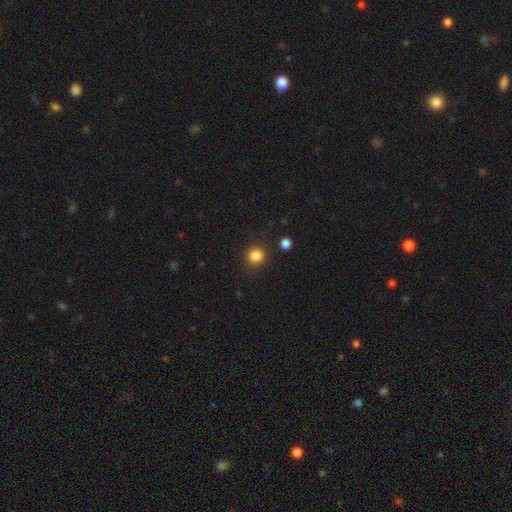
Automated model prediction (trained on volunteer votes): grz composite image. It shows a smooth galaxy with no disk features (85%) that is round (88%). Merging: none (87%).